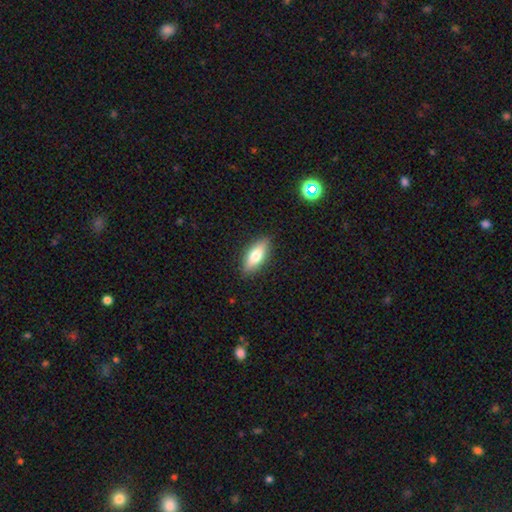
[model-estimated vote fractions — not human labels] smooth 72%, featured or disk 22%, star or artifact 7%. Down the decision tree: how rounded — in between (74%); merging — none (88%).